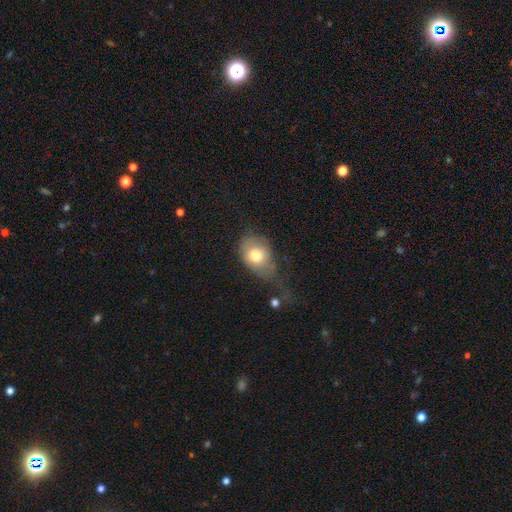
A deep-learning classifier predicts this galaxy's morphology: This appears to be a smooth galaxy with no disk features (75%) that is in between round and cigar-shaped (69%). Merging: major disturbance (34%).